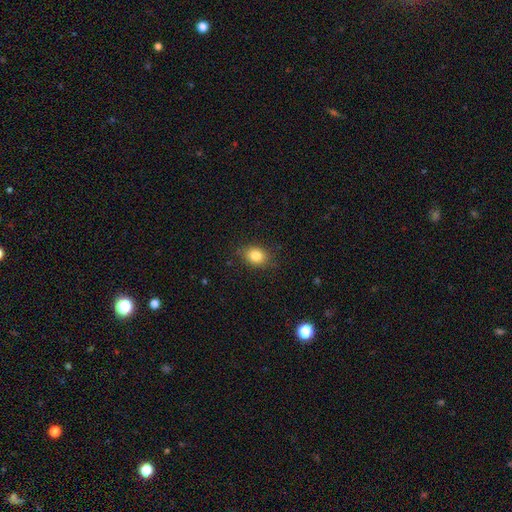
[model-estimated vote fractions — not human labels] Smooth or featured: smooth — 83% (star or artifact — 10%)
How rounded: in between — 55% (round — 44%)
Merging: none — 83% (minor disturbance — 13%)